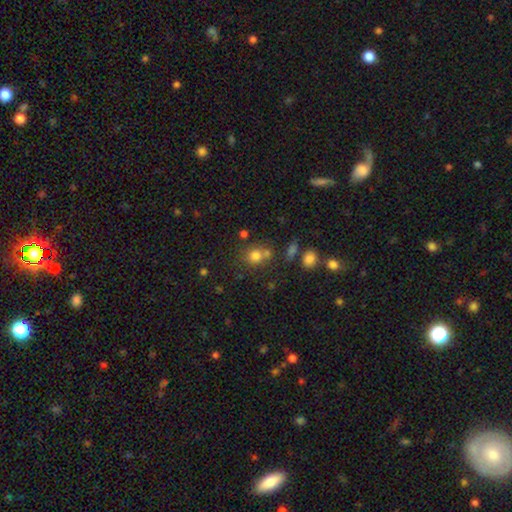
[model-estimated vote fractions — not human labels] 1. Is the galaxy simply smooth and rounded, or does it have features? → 75% smooth, 16% star or artifact, 9% featured or disk.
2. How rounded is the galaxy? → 79% round, 20% in between, 1% cigar-shaped.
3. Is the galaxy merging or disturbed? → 59% none, 25% merger, 11% minor disturbance, 4% major disturbance.